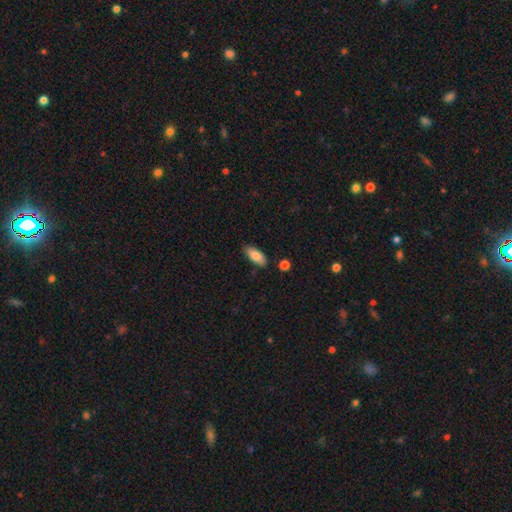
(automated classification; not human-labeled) smooth_or_featured: smooth (p=0.81) [alt: featured or disk p=0.12]
how_rounded: in between (p=0.83) [alt: cigar-shaped p=0.15]
merging: none (p=0.79) [alt: minor disturbance p=0.16]